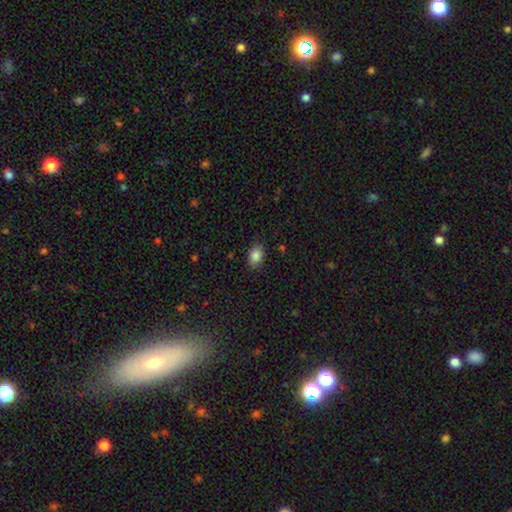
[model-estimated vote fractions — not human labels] Smooth or featured: smooth — 86% (star or artifact — 9%)
How rounded: in between — 78% (round — 21%)
Merging: none — 84% (minor disturbance — 12%)